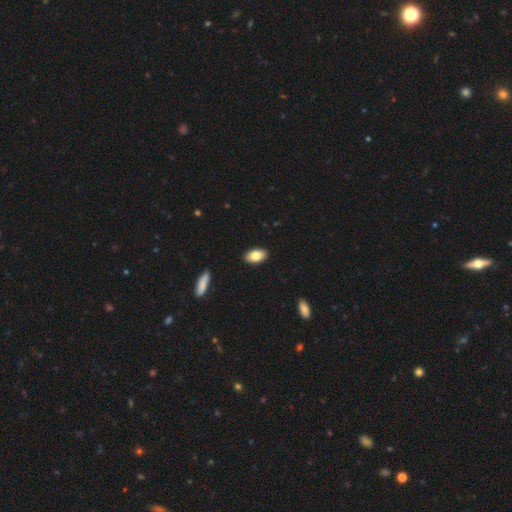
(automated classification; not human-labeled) The model was most divided on "smooth or featured": smooth: 81%, featured or disk: 12%, star or artifact: 7%. More confident: how rounded — in between (93%); merging — none (90%).